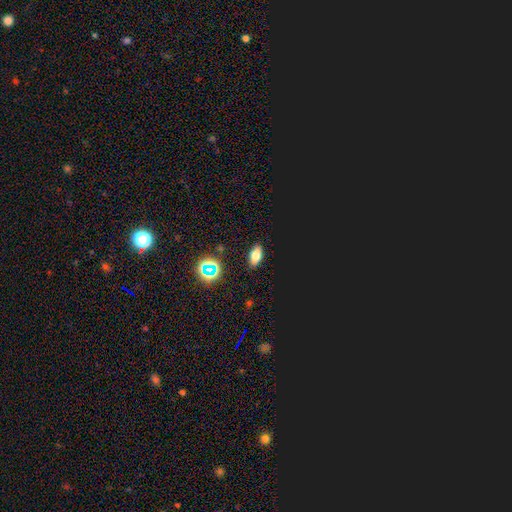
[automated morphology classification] This is likely a smooth galaxy (65%). How rounded: clearly in between (84%). Merging: clearly none (87%).